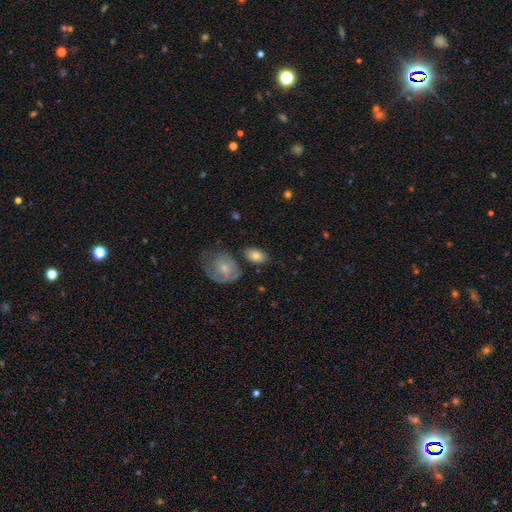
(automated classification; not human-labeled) This is likely a smooth galaxy (77%). How rounded: clearly in between (87%). Merging: likely none (72%).